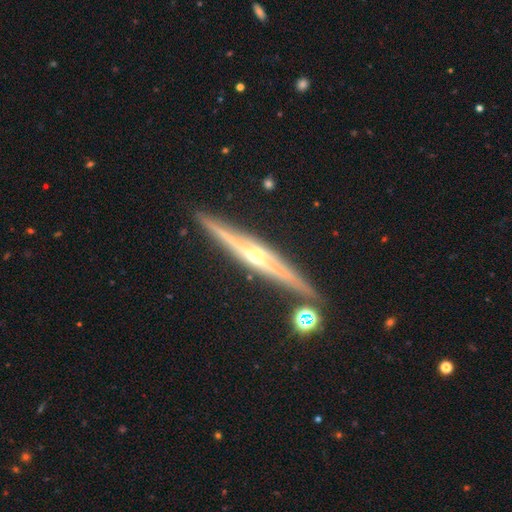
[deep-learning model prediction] A featured or disk galaxy (84%) viewed edge-on (98%) with a rounded central bulge (86%). Merging: none (86%).